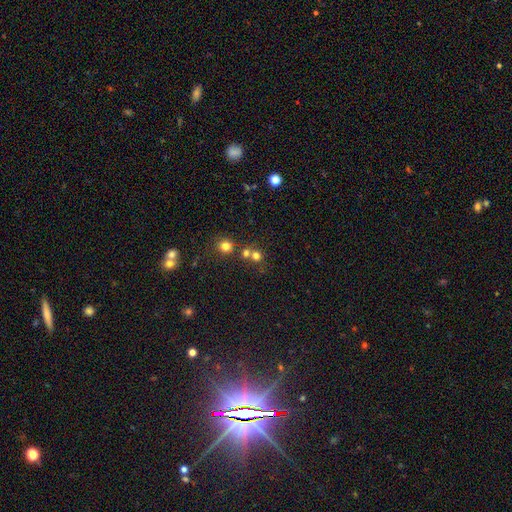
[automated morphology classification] Smooth or featured: smooth — 69% (star or artifact — 21%)
How rounded: round — 86% (in between — 13%)
Merging: none — 55% (merger — 35%)